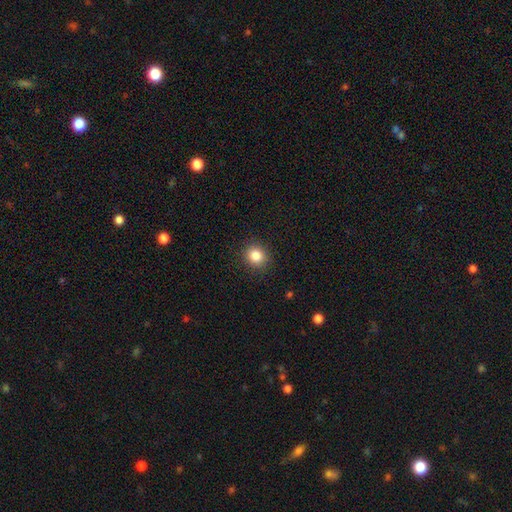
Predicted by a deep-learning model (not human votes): Smooth or featured? smooth (84%)
How rounded? round (86%)
Merging? none (91%)